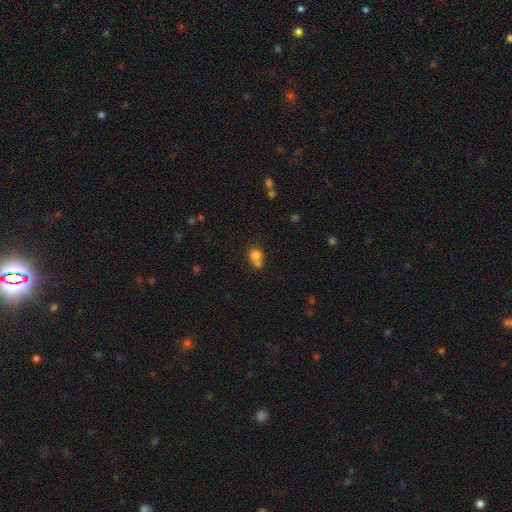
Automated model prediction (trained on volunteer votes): This is likely a smooth galaxy (76%). How rounded: likely round (75%). Merging: marginally merger (45%).